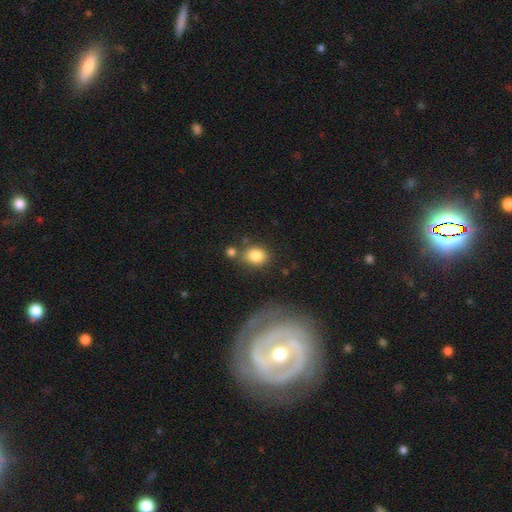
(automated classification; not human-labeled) This is clearly a smooth galaxy (83%). How rounded: possibly round (50%). Merging: likely none (67%).